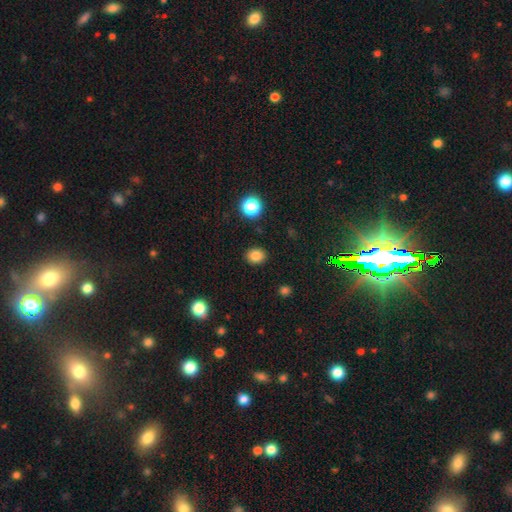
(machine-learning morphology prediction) Q: Smooth or featured?
A: smooth (84%); runner-up: star or artifact (11%)
Q: How rounded?
A: round (59%); runner-up: in between (40%)
Q: Merging?
A: none (88%); runner-up: minor disturbance (8%)